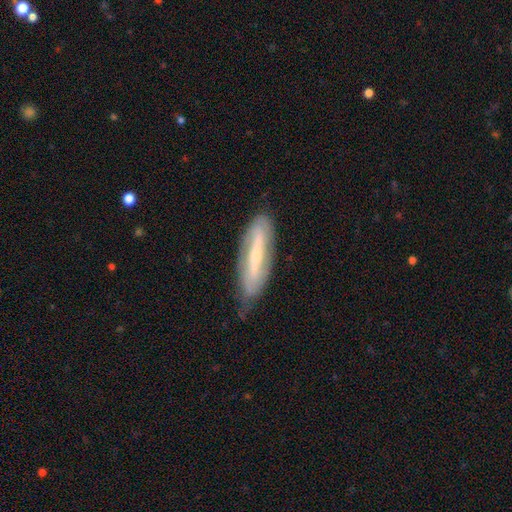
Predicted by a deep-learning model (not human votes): smooth-or-featured: featured or disk: 70% | smooth: 24% | star or artifact: 6%
  disk-edge-on: no: 72% | yes: 28%
    bar: strong: 51% | weak: 28% | no: 21%
    has-spiral-arms: yes: 76% | no: 24%
    bulge-size: small: 61% | moderate: 33% | none: 3% | large: 2% | dominant: 1%
  merging: none: 69% | minor disturbance: 24% | major disturbance: 6% | merger: 2%